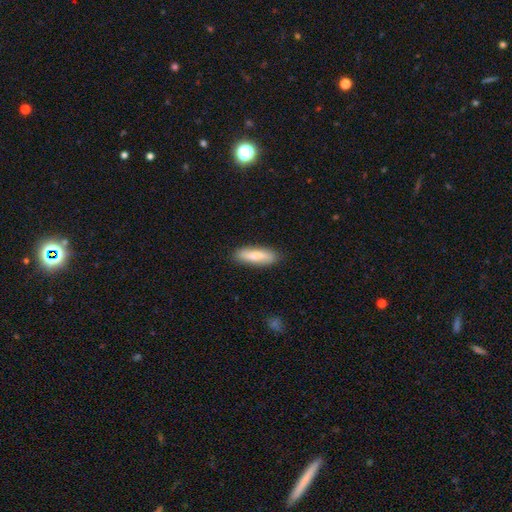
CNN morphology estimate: A smooth galaxy with no disk features (73%) that is cigar-shaped (57%).

Vote fractions:
- Smooth or featured? smooth: 73% / featured or disk: 22% / star or artifact: 5%
- How rounded? cigar-shaped: 57% / in between: 41% / round: 2%
- Merging? none: 87% / minor disturbance: 10% / major disturbance: 2% / merger: 1%